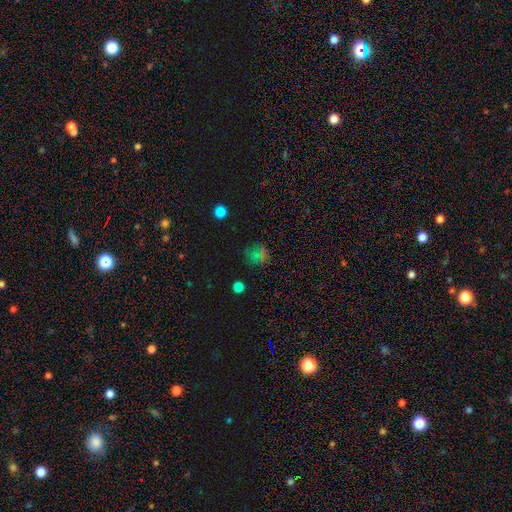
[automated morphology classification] Q: Smooth or featured?
A: smooth (50%); runner-up: star or artifact (41%)
Q: Merging?
A: none (74%); runner-up: minor disturbance (14%)